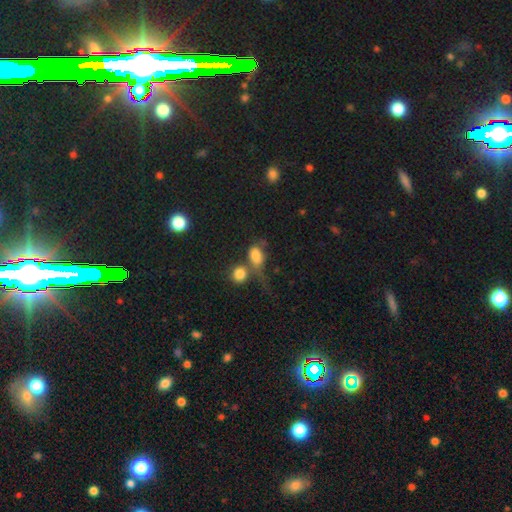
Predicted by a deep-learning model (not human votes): Smooth or featured? Predicted: smooth (p=0.76). How rounded? Predicted: in between (p=0.73). Merging? Predicted: merger (p=0.44).